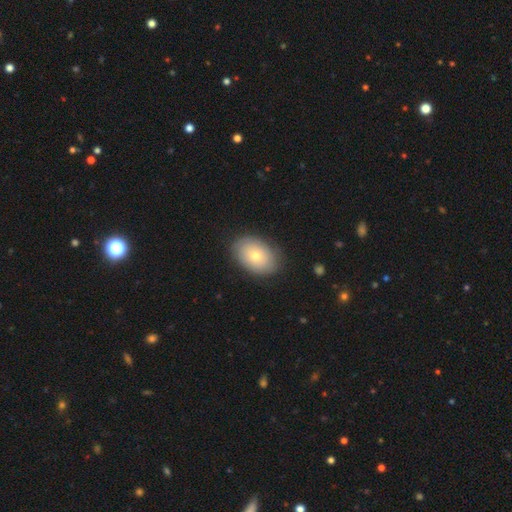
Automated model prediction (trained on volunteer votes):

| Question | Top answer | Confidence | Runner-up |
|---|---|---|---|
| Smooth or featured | smooth | 70% | featured or disk (23%) |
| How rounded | in between | 82% | round (17%) |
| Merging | none | 84% | minor disturbance (12%) |